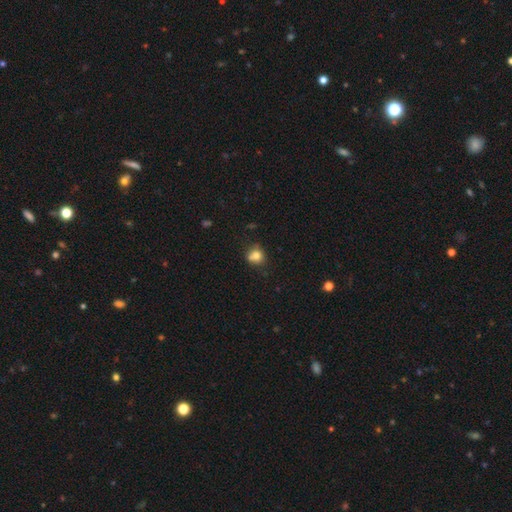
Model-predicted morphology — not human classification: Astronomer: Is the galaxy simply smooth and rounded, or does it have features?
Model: smooth — 77%.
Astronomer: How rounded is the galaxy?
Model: round — 76%.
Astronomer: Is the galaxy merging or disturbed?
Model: none — 55%.